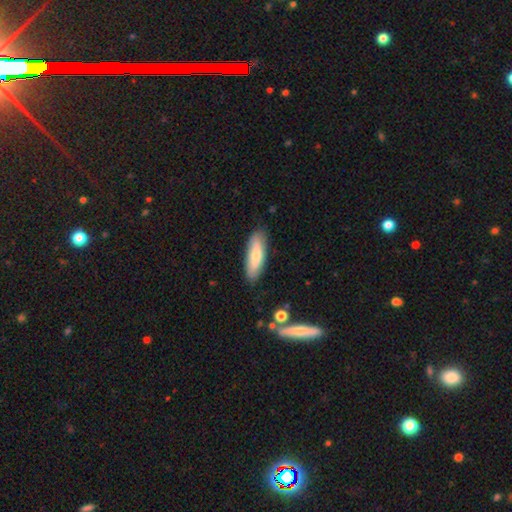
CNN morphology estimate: This appears to be a smooth galaxy with no disk features (75%) that is in between round and cigar-shaped (51%). Merging: none (82%).